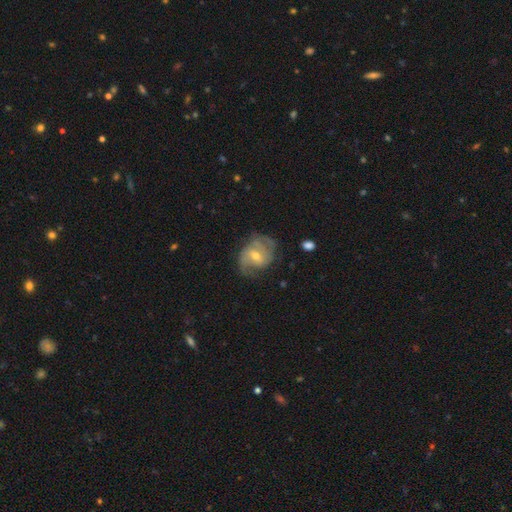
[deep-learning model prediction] smooth-or-featured: featured or disk: 74% | smooth: 20% | star or artifact: 6%
  disk-edge-on: no: 97% | yes: 3%
    bar: weak: 51% | no: 32% | strong: 17%
    has-spiral-arms: yes: 89% | no: 11%
      spiral-winding: medium: 45% | tight: 31% | loose: 24%
      spiral-arm-count: 2: 61% | can't tell: 19% | 3: 11% | 1: 5% | 4: 3% | more than 4: 2%
    bulge-size: moderate: 54% | small: 41% | large: 2% | none: 1% | dominant: 1%
  merging: none: 59% | minor disturbance: 24% | major disturbance: 15% | merger: 2%